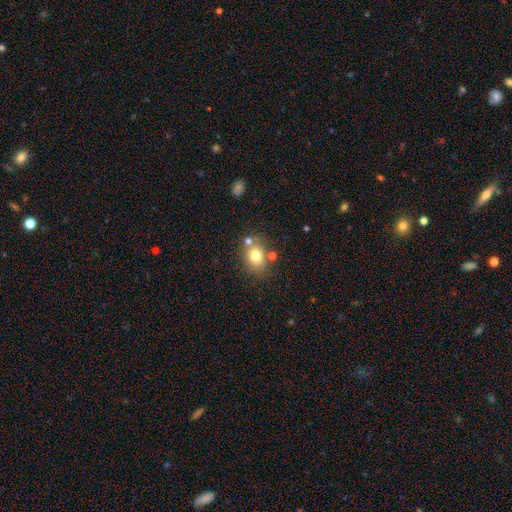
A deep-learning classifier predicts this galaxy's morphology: Overall: smooth (76%). How rounded: in between (50%; round 49%). Merging: none (70%).